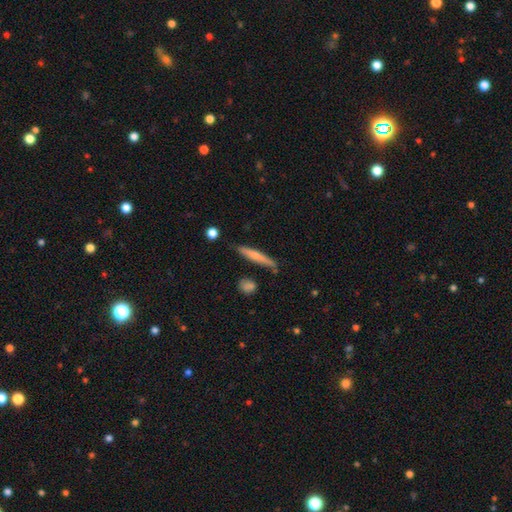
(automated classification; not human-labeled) This is likely a smooth galaxy (61%). How rounded: clearly cigar-shaped (93%). Merging: clearly none (81%).